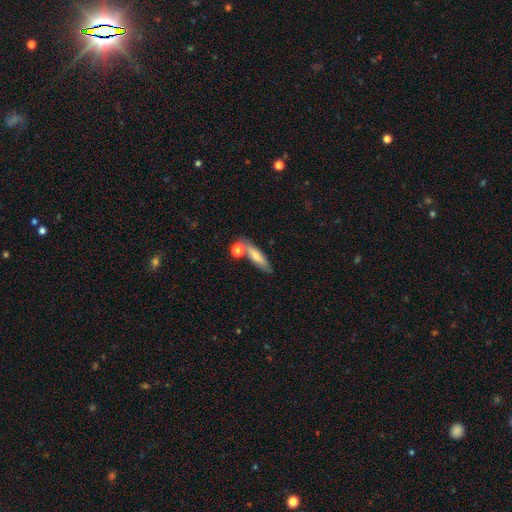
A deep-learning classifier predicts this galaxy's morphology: smooth 69%, featured or disk 23%, star or artifact 8%. Down the decision tree: how rounded — cigar-shaped (58%); merging — none (60%).